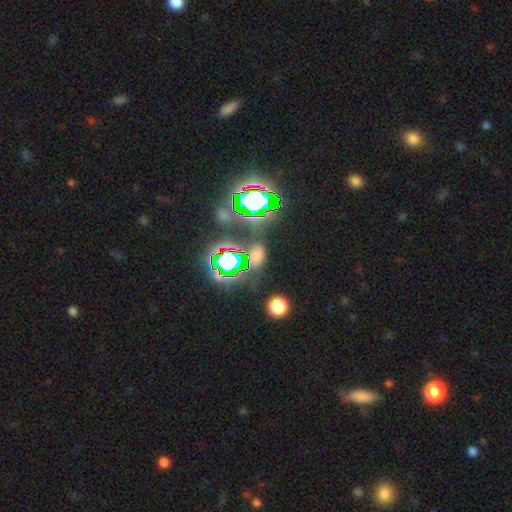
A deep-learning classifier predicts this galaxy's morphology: A star or artifact, not a galaxy (51%).

Vote fractions:
- Smooth or featured? star or artifact: 51% / smooth: 38% / featured or disk: 10%